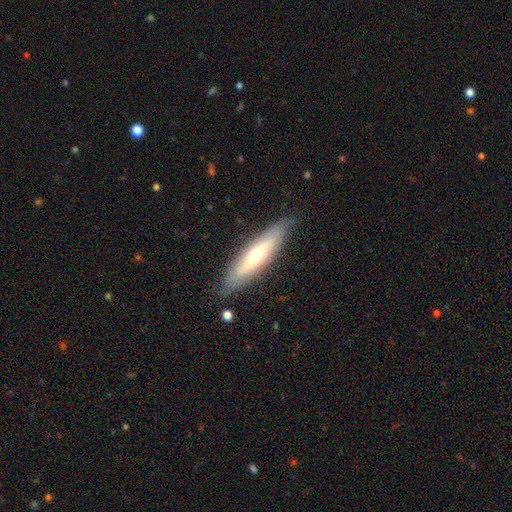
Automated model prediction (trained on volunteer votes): smooth-or-featured: featured or disk: 52% | smooth: 43% | star or artifact: 6%
  disk-edge-on: yes: 63% | no: 37%
  merging: none: 82% | minor disturbance: 14% | major disturbance: 3% | merger: 1%